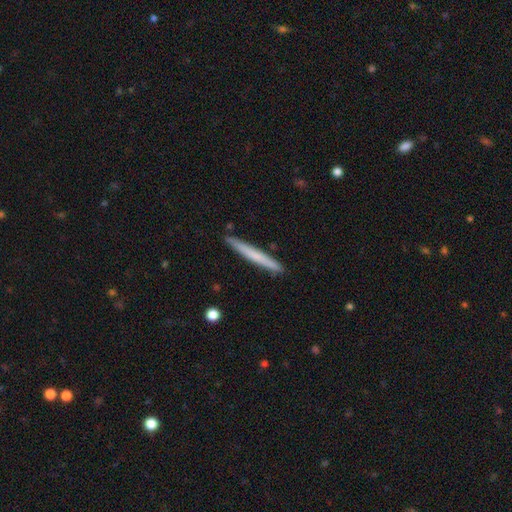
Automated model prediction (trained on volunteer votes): Q: Smooth or featured?
A: smooth (61%); runner-up: featured or disk (34%)
Q: How rounded?
A: cigar-shaped (97%); runner-up: in between (2%)
Q: Merging?
A: none (90%); runner-up: minor disturbance (7%)